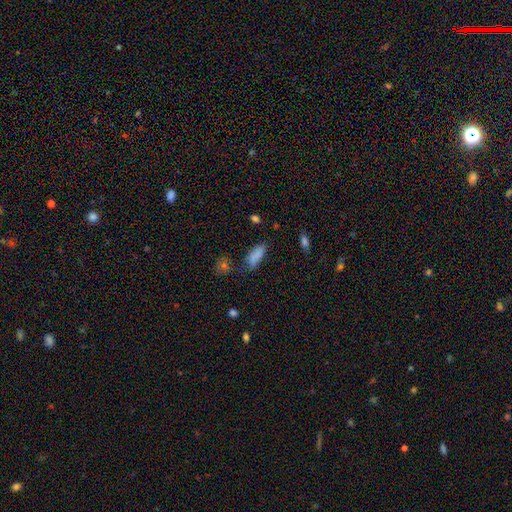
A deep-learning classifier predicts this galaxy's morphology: A smooth galaxy with no disk features (82%) that is in between round and cigar-shaped (81%). Merging: none (58%).